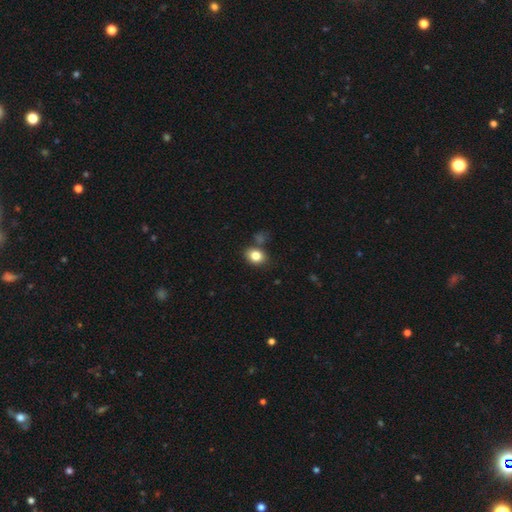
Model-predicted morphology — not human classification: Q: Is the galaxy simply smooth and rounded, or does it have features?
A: smooth — 82%.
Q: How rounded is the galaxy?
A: in between — 53%.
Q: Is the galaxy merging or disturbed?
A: none — 73%.